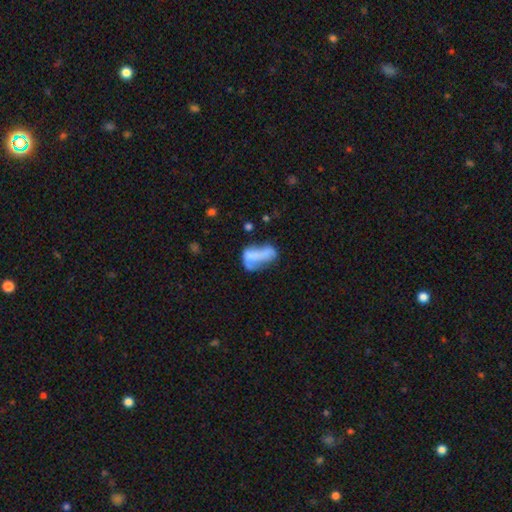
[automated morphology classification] A smooth galaxy with no disk features (52%) that is in between round and cigar-shaped (83%).

Vote fractions:
- Smooth or featured? smooth: 52% / featured or disk: 37% / star or artifact: 10%
- How rounded? in between: 83% / cigar-shaped: 10% / round: 6%
- Merging? major disturbance: 31% / merger: 26% / none: 23% / minor disturbance: 20%